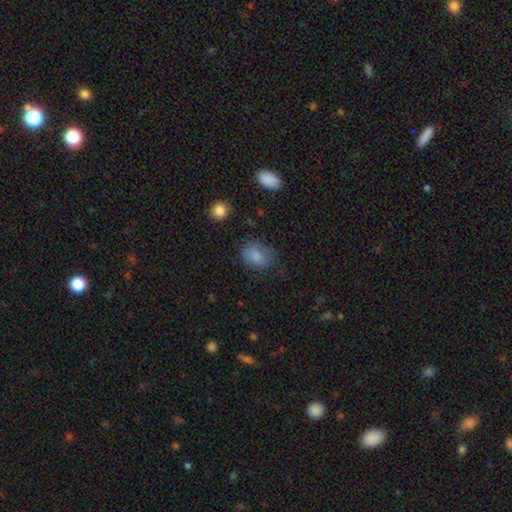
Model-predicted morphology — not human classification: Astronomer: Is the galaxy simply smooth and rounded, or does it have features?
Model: smooth — 82%.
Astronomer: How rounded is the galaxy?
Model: in between — 56% (runner-up: round, 43%).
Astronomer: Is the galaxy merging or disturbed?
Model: none — 67%.